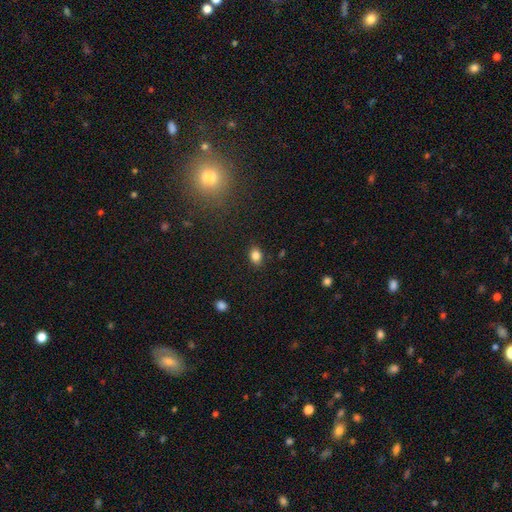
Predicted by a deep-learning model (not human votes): smooth-or-featured: smooth: 84% | star or artifact: 11% | featured or disk: 5%
  how-rounded: in between: 68% | round: 30% | cigar-shaped: 1%
  merging: none: 86% | minor disturbance: 10% | major disturbance: 2% | merger: 1%